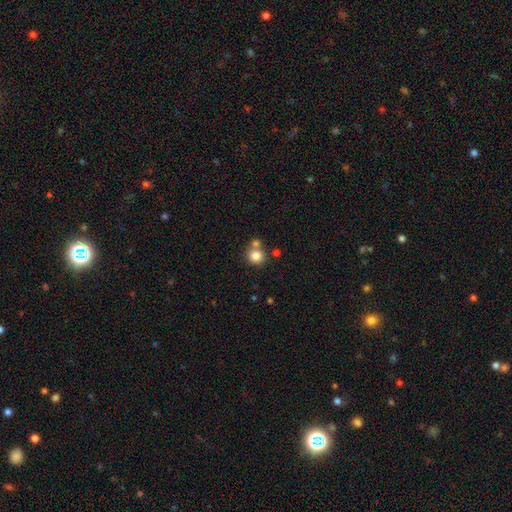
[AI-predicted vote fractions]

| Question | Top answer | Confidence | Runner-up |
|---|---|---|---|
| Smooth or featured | smooth | 82% | star or artifact (11%) |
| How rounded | round | 90% | in between (9%) |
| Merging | none | 60% | merger (29%) |